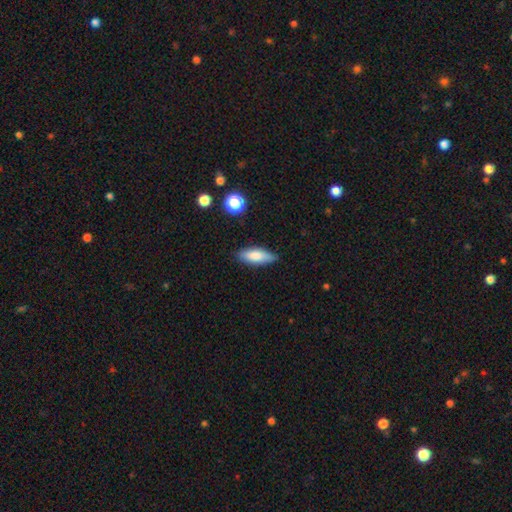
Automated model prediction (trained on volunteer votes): Smooth or featured? Predicted: smooth (p=0.80). How rounded? Predicted: in between (p=0.64). Merging? Predicted: none (p=0.81).